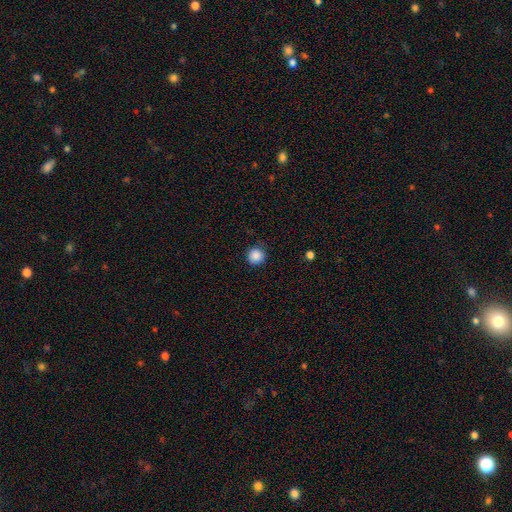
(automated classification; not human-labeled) Morphology: type=smooth (87%); roundness=round (95%); merging=none (88%).